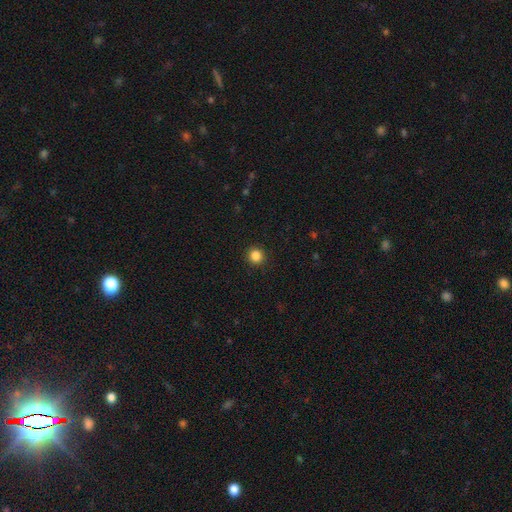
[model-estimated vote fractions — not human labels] This appears to be a smooth galaxy with no disk features (85%) that is round (95%). Merging: none (93%).